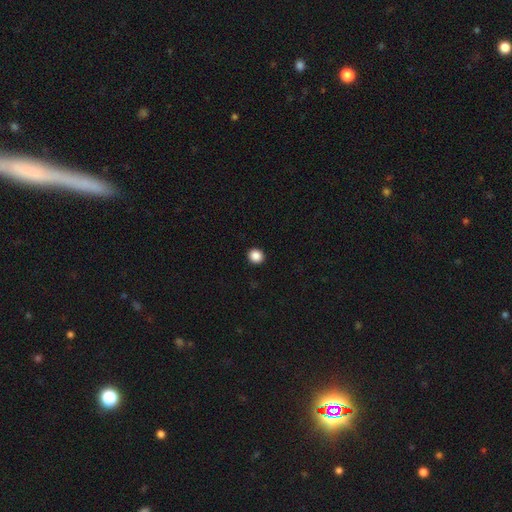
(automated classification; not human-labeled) This appears to be a smooth galaxy with no disk features (88%) that is round (87%). Merging: none (93%).